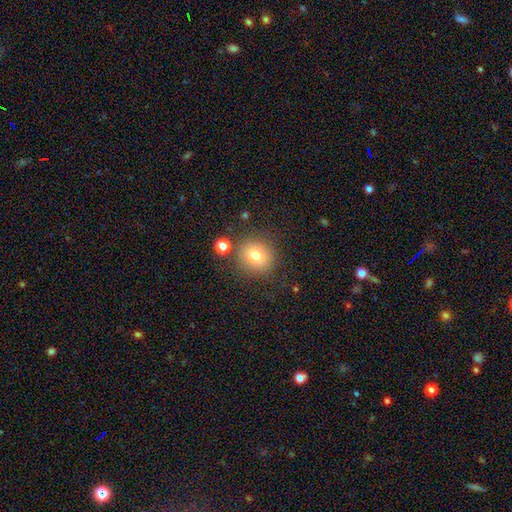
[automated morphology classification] Smooth or featured? Predicted: smooth (p=0.76). How rounded? Predicted: round (p=0.87). Merging? Predicted: none (p=0.80).